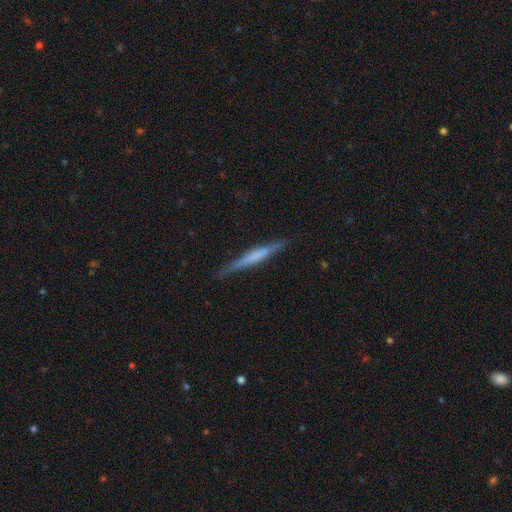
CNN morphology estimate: Smooth or featured? featured or disk (53%)
Edge-on disk? yes (97%)
Edge-on bulge? none (49%)
Merging? none (87%)